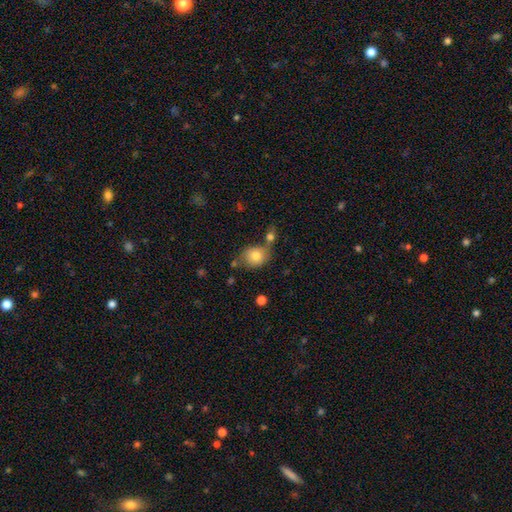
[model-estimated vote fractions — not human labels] Smooth or featured? Predicted: smooth (p=0.79). How rounded? Predicted: round (p=0.67). Merging? Predicted: none (p=0.55).